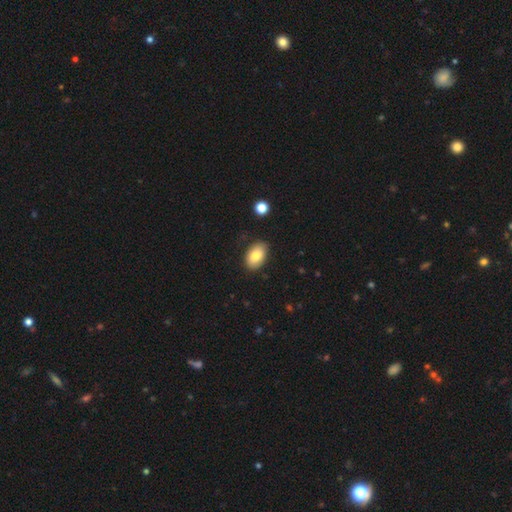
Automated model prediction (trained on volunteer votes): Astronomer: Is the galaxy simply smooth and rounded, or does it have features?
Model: smooth — 82%.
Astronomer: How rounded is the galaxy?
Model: in between — 92%.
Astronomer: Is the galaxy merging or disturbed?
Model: none — 83%.